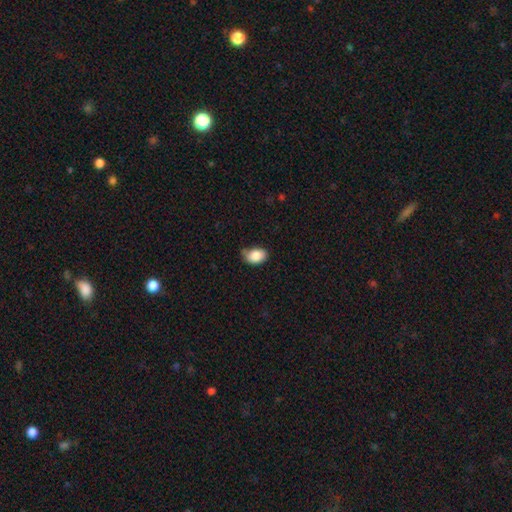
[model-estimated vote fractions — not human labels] Smooth or featured? smooth (87%)
How rounded? in between (81%)
Merging? none (57%)